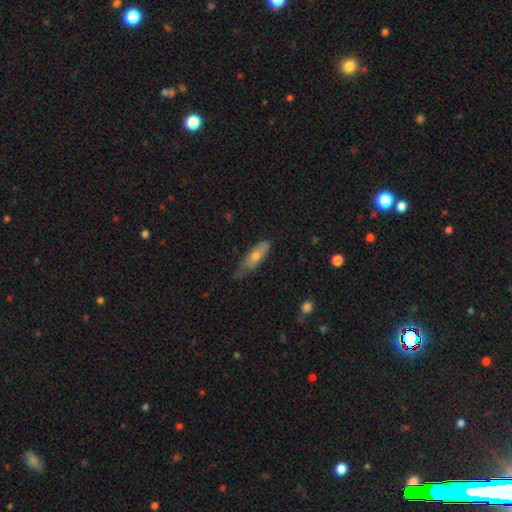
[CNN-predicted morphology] A smooth galaxy with no disk features (62%) that is in between round and cigar-shaped (49%, tied with cigar-shaped).

Vote fractions:
- Smooth or featured? smooth: 62% / featured or disk: 32% / star or artifact: 7%
- How rounded? in between: 49% (tied) / cigar-shaped: 49% (tied) / round: 2%
- Merging? none: 51% / minor disturbance: 38% / major disturbance: 9% / merger: 2%